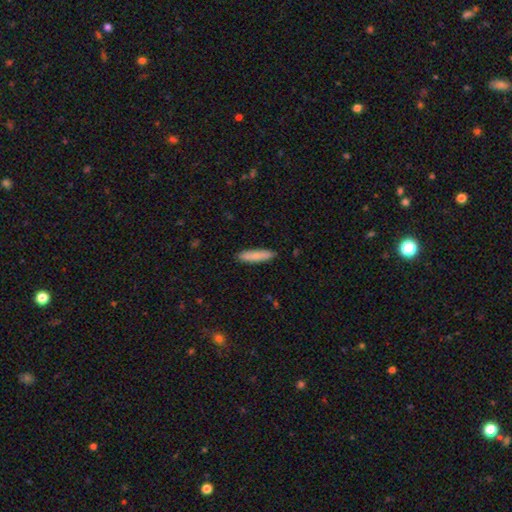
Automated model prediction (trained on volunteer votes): Morphology: type=smooth (81%); roundness=cigar-shaped (82%); merging=none (89%).